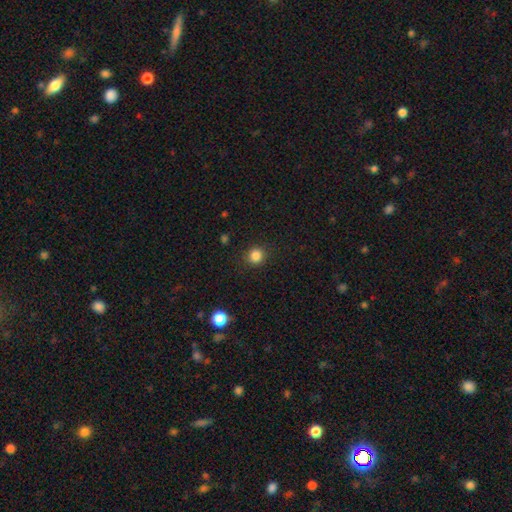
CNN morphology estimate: Smooth or featured? smooth (85%)
How rounded? round (90%)
Merging? none (89%)